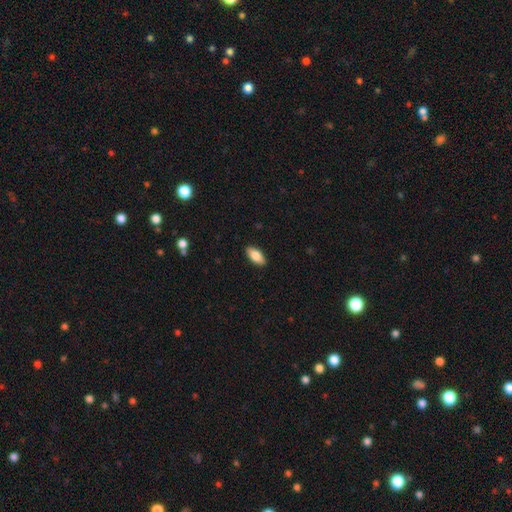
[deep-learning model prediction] The model was most divided on "smooth or featured": smooth: 82%, featured or disk: 12%, star or artifact: 6%. More confident: merging — none (90%); how rounded — in between (85%).